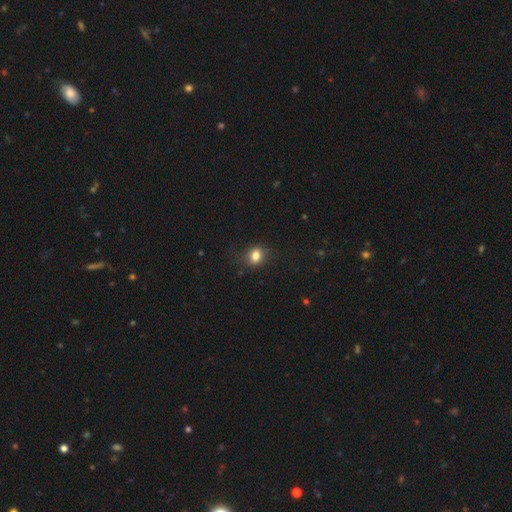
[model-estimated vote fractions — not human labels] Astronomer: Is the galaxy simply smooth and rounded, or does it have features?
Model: smooth — 81%.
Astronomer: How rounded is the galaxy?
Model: in between — 54% (runner-up: round, 45%).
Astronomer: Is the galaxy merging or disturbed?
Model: none — 79%.